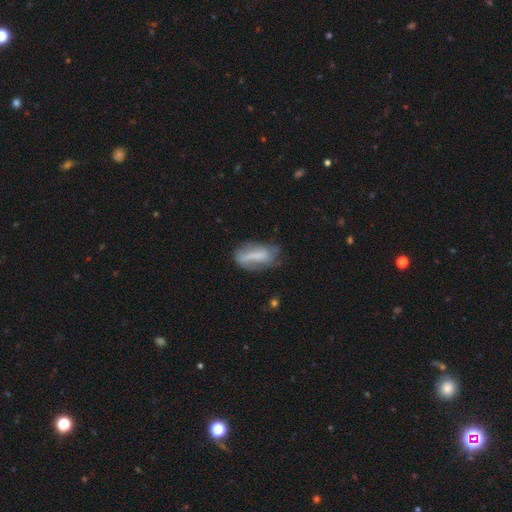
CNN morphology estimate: This is possibly a smooth galaxy (54%). How rounded: likely in between (68%). Merging: possibly none (48%).